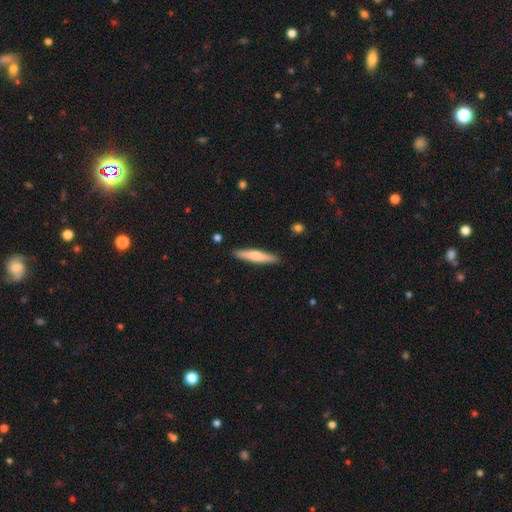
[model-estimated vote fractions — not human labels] Morphology: type=smooth (58%); roundness=cigar-shaped (89%); merging=none (90%).